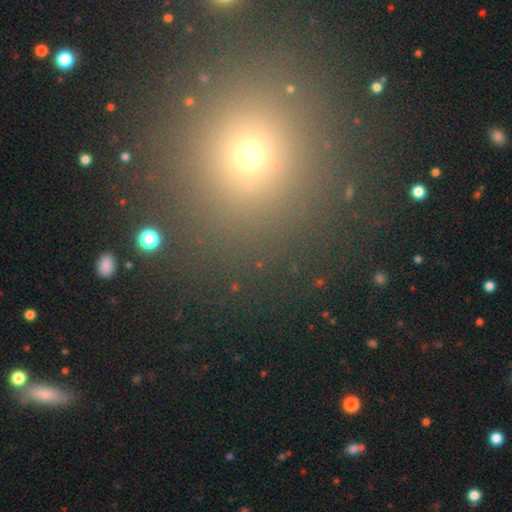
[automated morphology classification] type=smooth (53%); roundness=round (91%); merging=none (88%).